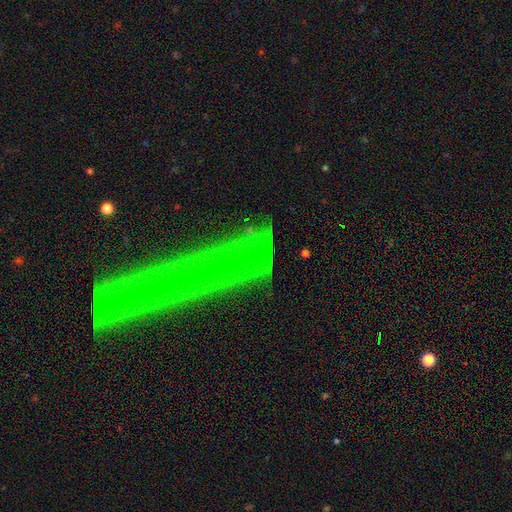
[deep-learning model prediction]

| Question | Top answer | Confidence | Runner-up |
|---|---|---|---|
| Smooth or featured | star or artifact | 66% | featured or disk (20%) |